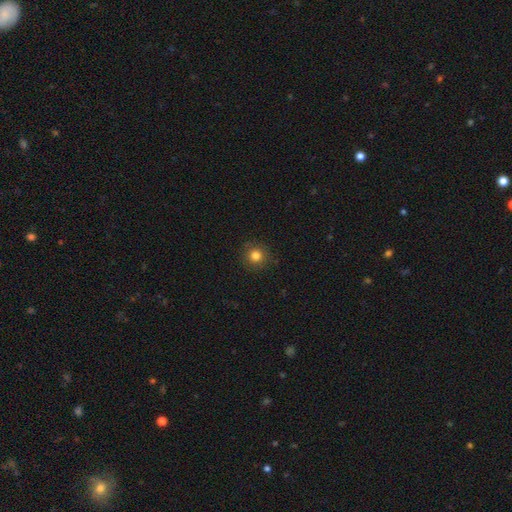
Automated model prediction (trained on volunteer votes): Smooth or featured? Predicted: smooth (p=0.81). How rounded? Predicted: round (p=0.94). Merging? Predicted: none (p=0.90).